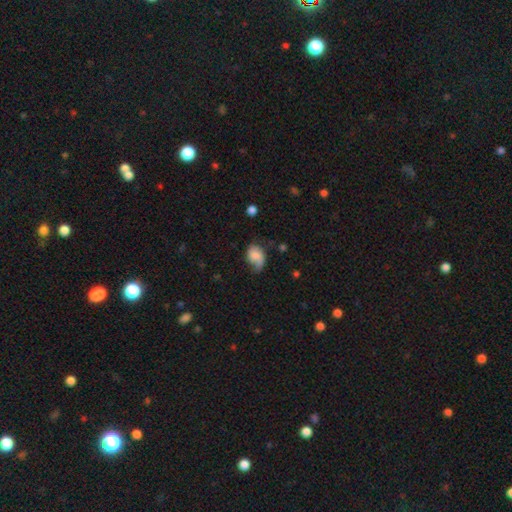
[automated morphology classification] This is likely a smooth galaxy (60%). How rounded: likely in between (73%). Merging: marginally none (38%).